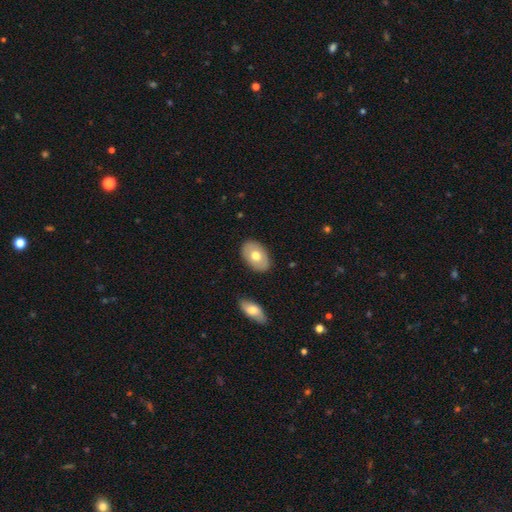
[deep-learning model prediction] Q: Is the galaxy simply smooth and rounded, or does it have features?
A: smooth — 64%.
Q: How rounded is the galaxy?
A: in between — 87%.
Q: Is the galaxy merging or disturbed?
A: none — 86%.